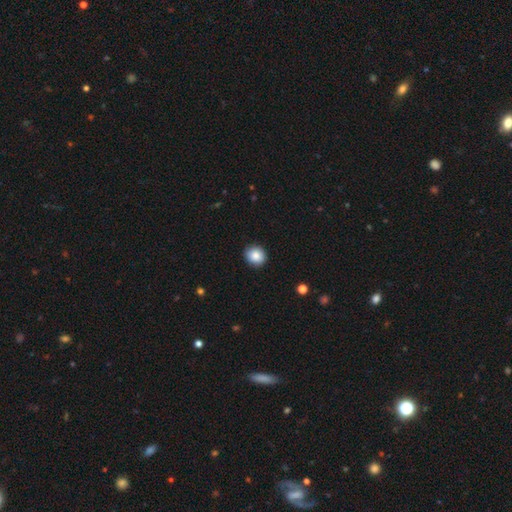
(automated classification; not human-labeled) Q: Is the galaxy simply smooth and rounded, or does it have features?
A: smooth — 87%.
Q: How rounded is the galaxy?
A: round — 79%.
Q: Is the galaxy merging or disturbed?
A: none — 89%.